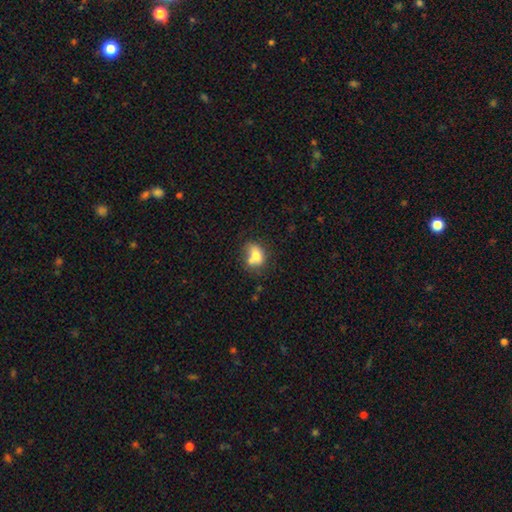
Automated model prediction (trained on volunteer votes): Smooth or featured? smooth (72%)
How rounded? in between (65%)
Merging? none (38%, tied with merger)